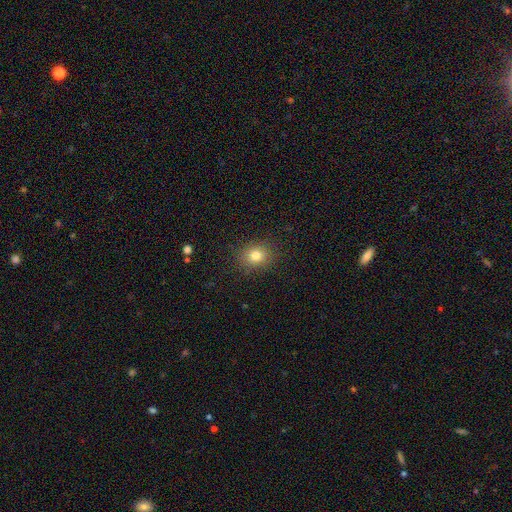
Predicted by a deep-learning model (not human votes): Morphology: type=smooth (80%); roundness=round (65%); merging=none (87%).